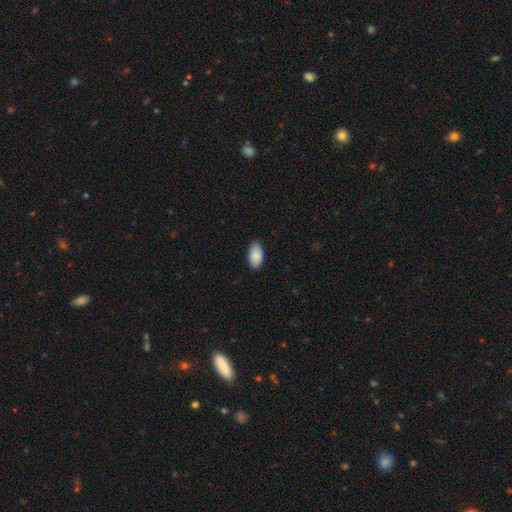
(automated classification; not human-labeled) A smooth galaxy with no disk features (88%) that is in between round and cigar-shaped (95%). Merging: none (87%).